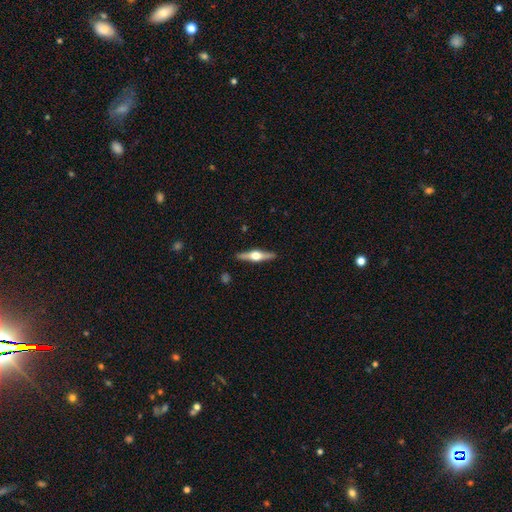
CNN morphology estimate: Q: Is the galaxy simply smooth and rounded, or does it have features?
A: featured or disk — 73%.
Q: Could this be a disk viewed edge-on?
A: yes — 97%.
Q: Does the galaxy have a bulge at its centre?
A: rounded — 96%.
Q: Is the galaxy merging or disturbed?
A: none — 91%.